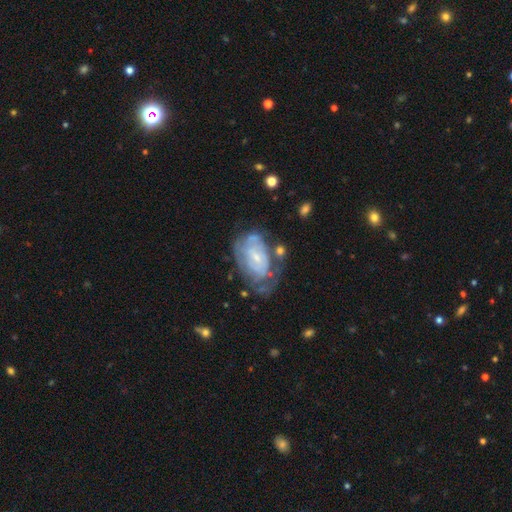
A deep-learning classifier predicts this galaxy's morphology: Smooth or featured? featured or disk (73%)
Edge-on disk? no (96%)
Bar? no (61%)
Spiral arms? yes (73%)
Spiral winding? tight (63%)
Spiral arm count? can't tell (59%)
Bulge size? small (68%)
Merging? none (42%)